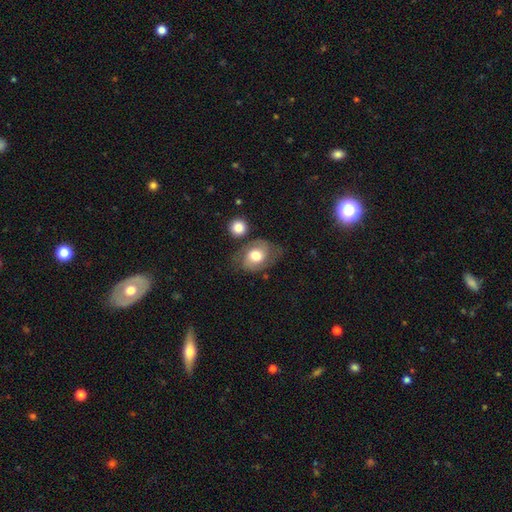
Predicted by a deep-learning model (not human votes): A featured or disk galaxy (48%). Merging: none (58%).